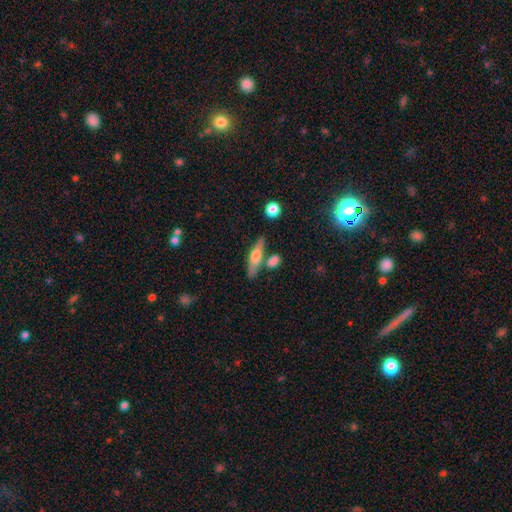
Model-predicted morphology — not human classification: smooth_or_featured: smooth (p=0.54) [alt: featured or disk p=0.40]
how_rounded: cigar-shaped (p=0.65) [alt: in between p=0.32]
merging: none (p=0.68) [alt: merger p=0.15]